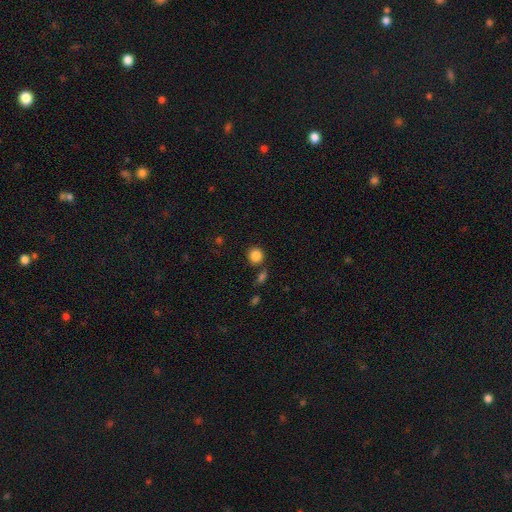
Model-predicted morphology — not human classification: A smooth galaxy with no disk features (85%) that is round (90%). Merging: none (77%).